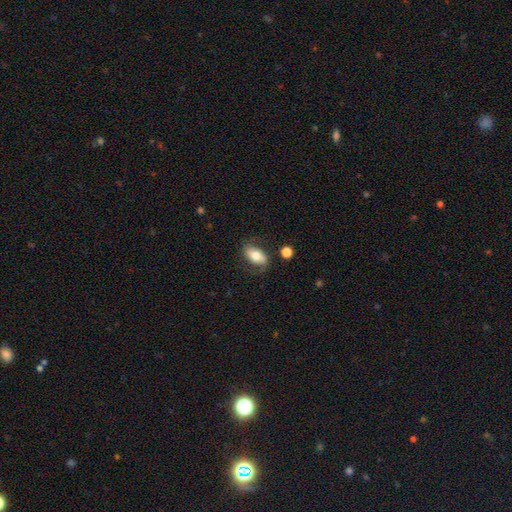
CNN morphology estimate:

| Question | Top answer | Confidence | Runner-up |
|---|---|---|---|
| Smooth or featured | smooth | 63% | featured or disk (30%) |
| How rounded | in between | 90% | round (7%) |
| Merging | none | 69% | minor disturbance (19%) |